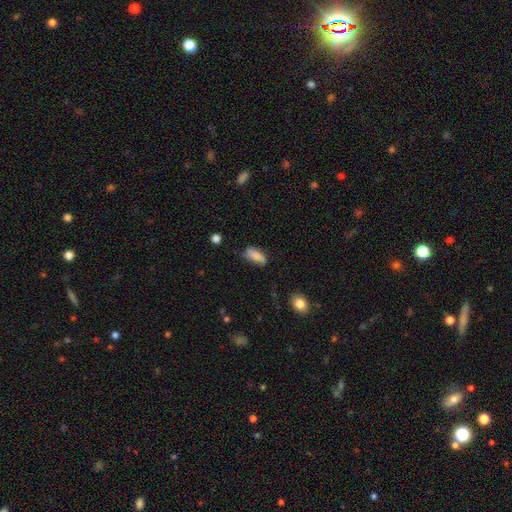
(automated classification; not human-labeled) A smooth galaxy with no disk features (81%) that is in between round and cigar-shaped (78%). Merging: none (64%).